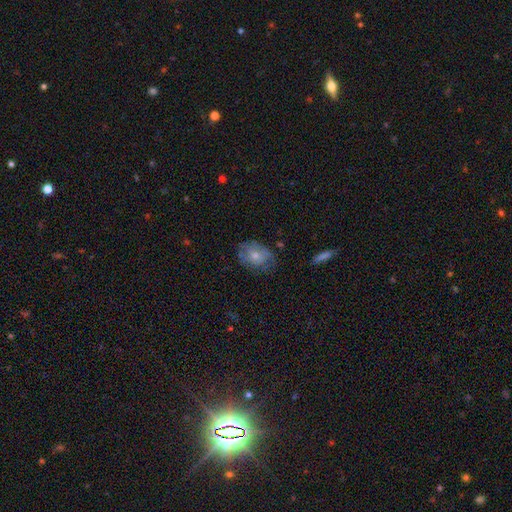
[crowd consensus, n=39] Smooth or featured? 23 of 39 (59%) said smooth. How rounded? 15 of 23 (65%) said in between. Merging? 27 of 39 (69%) said none.